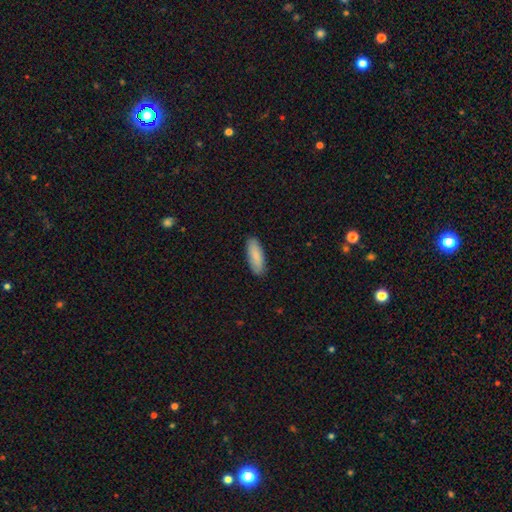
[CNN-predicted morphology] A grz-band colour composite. It shows a smooth galaxy with no disk features (88%) that is in between round and cigar-shaped (63%). Merging: none (89%).